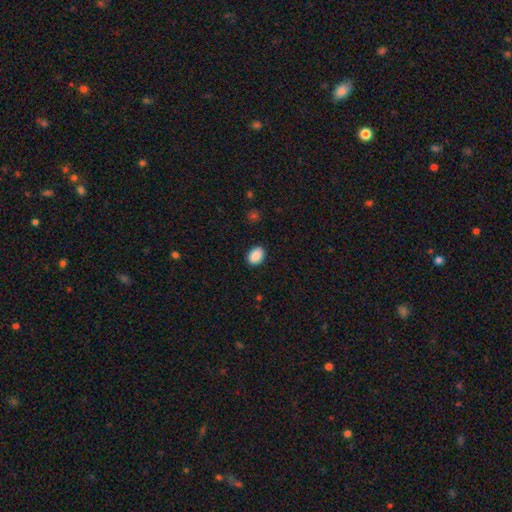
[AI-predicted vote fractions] Q: Smooth or featured?
A: smooth (89%); runner-up: star or artifact (8%)
Q: How rounded?
A: in between (76%); runner-up: round (23%)
Q: Merging?
A: none (89%); runner-up: minor disturbance (8%)